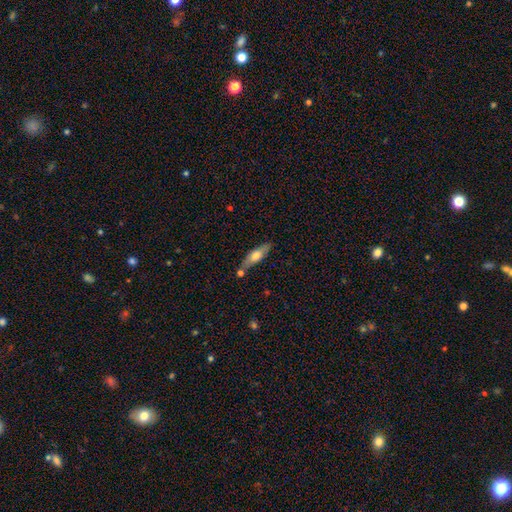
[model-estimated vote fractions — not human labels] Smooth or featured? smooth (57%)
How rounded? cigar-shaped (55%)
Merging? none (69%)